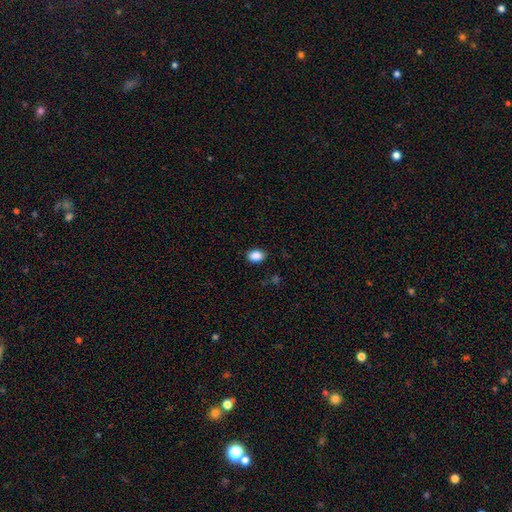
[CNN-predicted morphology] This is clearly a smooth galaxy (88%). How rounded: likely in between (80%). Merging: clearly none (87%).